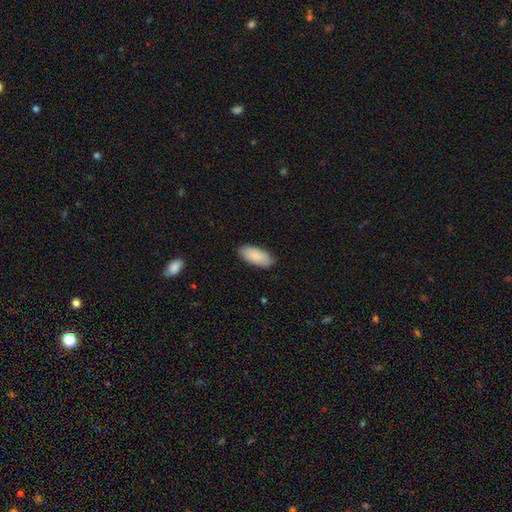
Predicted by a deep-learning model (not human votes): A smooth galaxy with no disk features (87%) that is in between round and cigar-shaped (91%). Merging: none (86%).